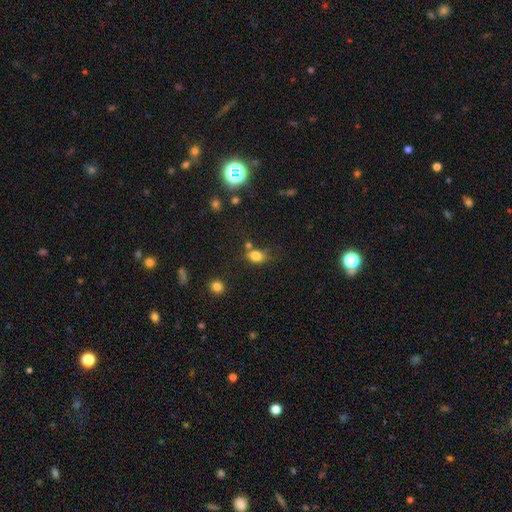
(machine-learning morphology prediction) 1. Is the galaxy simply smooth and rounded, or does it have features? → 80% smooth, 12% star or artifact, 8% featured or disk.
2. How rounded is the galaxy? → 74% in between, 24% round, 2% cigar-shaped.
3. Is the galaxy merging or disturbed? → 56% none, 23% minor disturbance, 14% merger, 8% major disturbance.